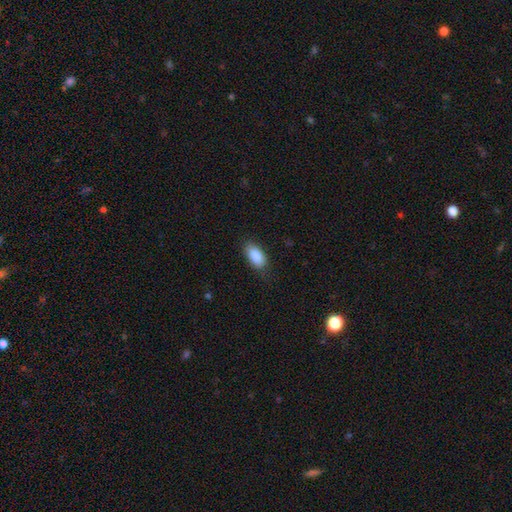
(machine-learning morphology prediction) This appears to be a smooth galaxy with no disk features (89%) that is in between round and cigar-shaped (93%). Merging: none (81%).